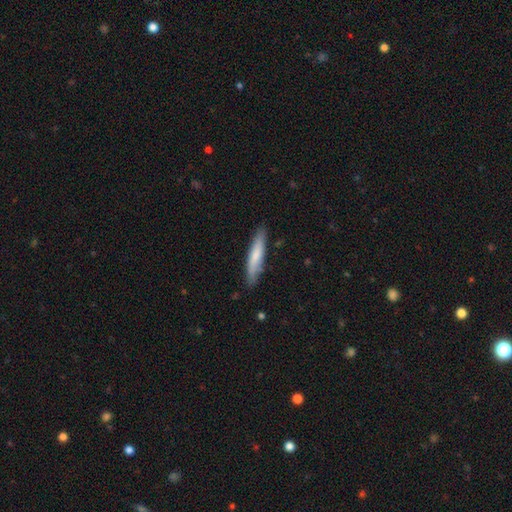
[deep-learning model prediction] Q: Smooth or featured?
A: smooth (70%); runner-up: featured or disk (25%)
Q: How rounded?
A: cigar-shaped (88%); runner-up: in between (11%)
Q: Merging?
A: none (82%); runner-up: minor disturbance (14%)